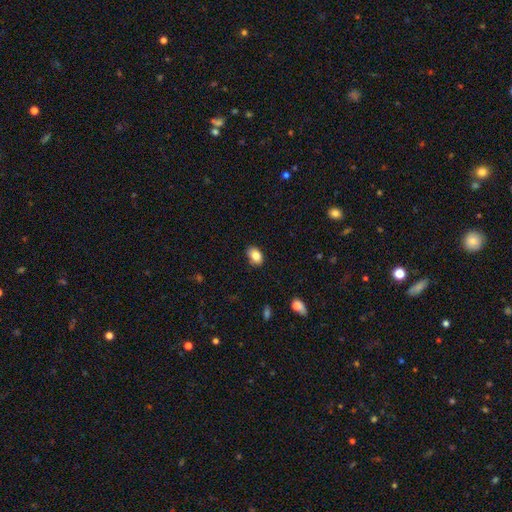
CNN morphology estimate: Smooth or featured? smooth (84%)
How rounded? in between (83%)
Merging? none (79%)